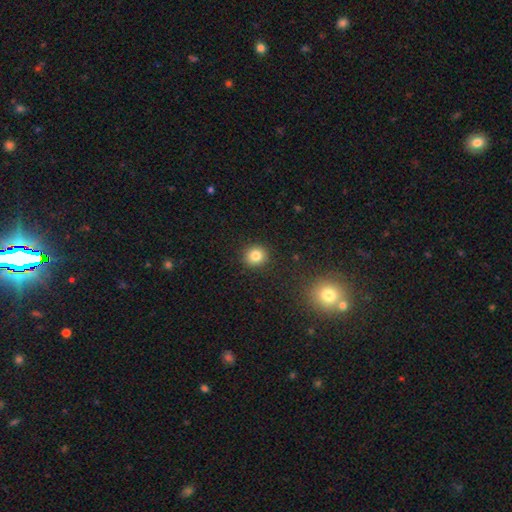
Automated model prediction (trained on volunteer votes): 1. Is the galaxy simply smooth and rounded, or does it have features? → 83% smooth, 11% star or artifact, 6% featured or disk.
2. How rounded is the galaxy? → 89% round, 10% in between, 1% cigar-shaped.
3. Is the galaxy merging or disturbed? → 91% none, 6% minor disturbance, 2% major disturbance, 1% merger.